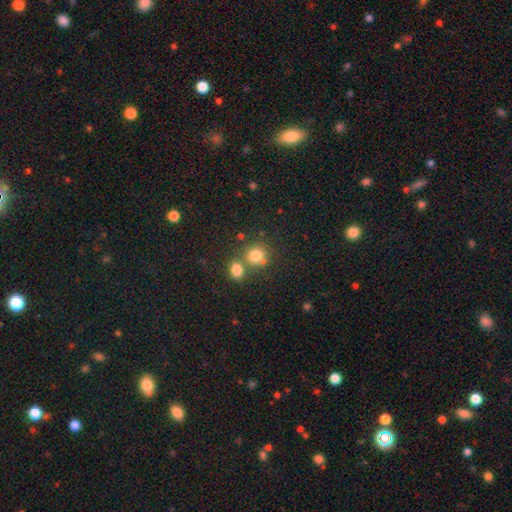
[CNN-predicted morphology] Smooth or featured? smooth (78%)
How rounded? round (76%)
Merging? none (52%)